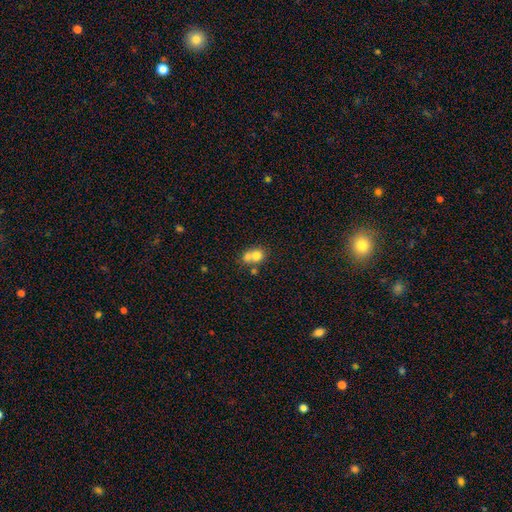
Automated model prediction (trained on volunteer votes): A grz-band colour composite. It shows a smooth galaxy with no disk features (72%) that is round (74%). Merging: merger (61%).